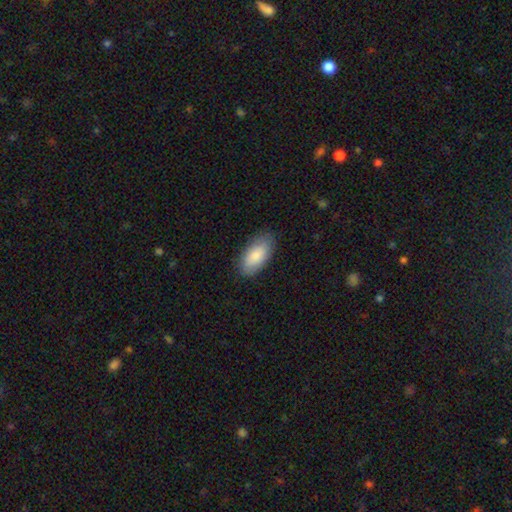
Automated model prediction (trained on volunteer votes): Morphology: type=smooth (83%); roundness=in between (93%); merging=none (84%).